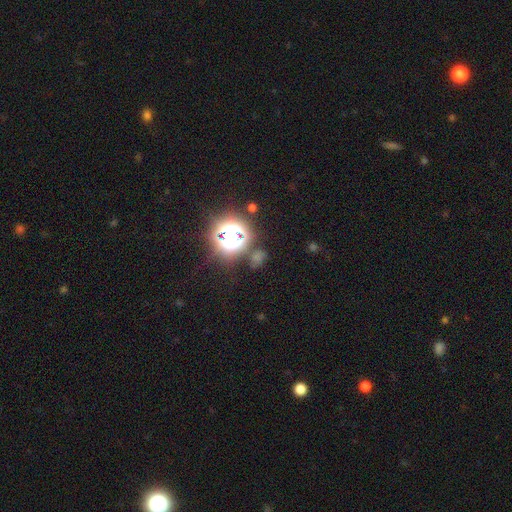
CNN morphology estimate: Smooth or featured? Predicted: star or artifact (p=0.64).